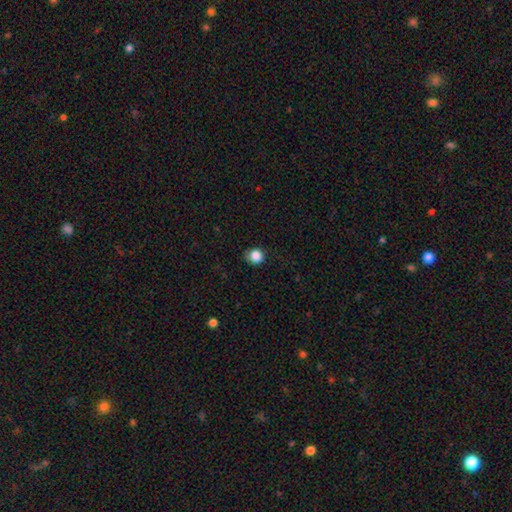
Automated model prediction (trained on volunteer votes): smooth_or_featured: smooth (p=0.86) [alt: star or artifact p=0.11]
how_rounded: round (p=0.85) [alt: in between p=0.14]
merging: none (p=0.80) [alt: minor disturbance p=0.16]